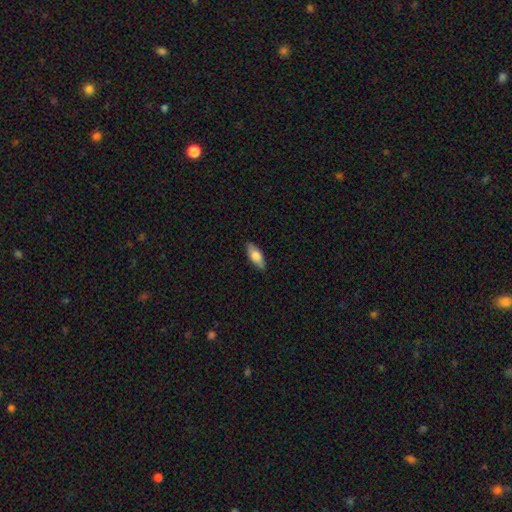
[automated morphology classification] type=smooth (73%); roundness=in between (76%); merging=none (86%).